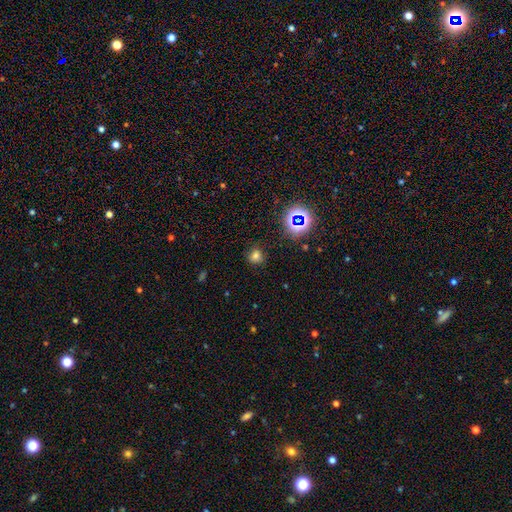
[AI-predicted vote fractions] smooth-or-featured: smooth: 70% | star or artifact: 24% | featured or disk: 7%
  how-rounded: round: 83% | in between: 16% | cigar-shaped: 1%
  merging: none: 84% | minor disturbance: 11% | major disturbance: 3% | merger: 2%